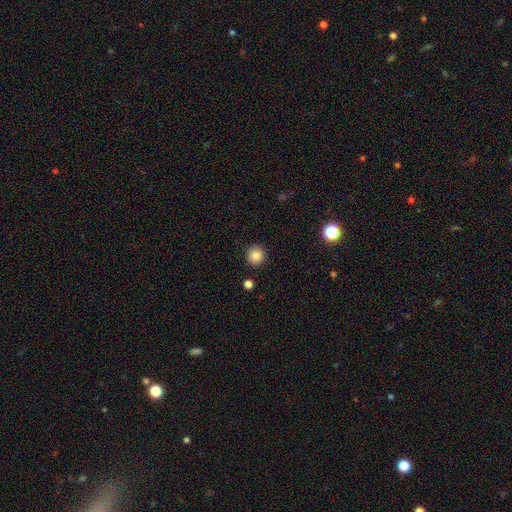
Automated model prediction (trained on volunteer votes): Overall: smooth (86%). How rounded: round (93%). Merging: none (91%).